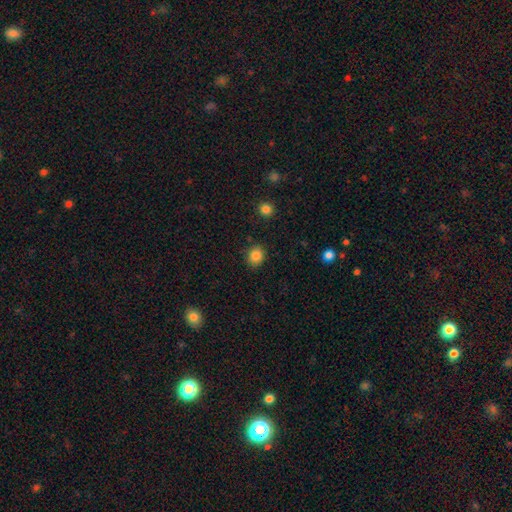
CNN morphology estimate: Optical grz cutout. It shows a smooth galaxy with no disk features (85%) that is round (70%). Merging: none (88%).